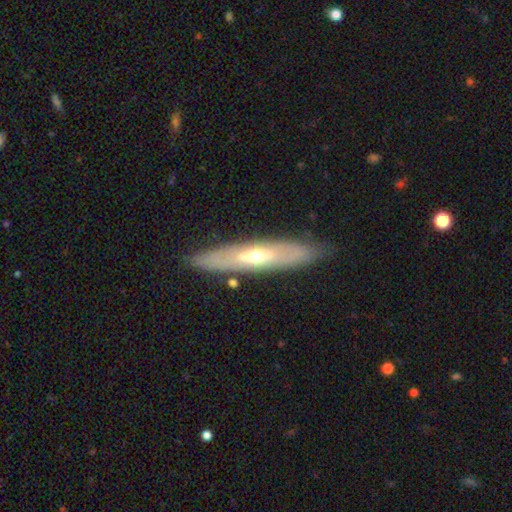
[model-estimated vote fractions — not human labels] featured or disk 65%, smooth 28%, star or artifact 6%. Down the decision tree: edge-on disk — yes (62%); merging — none (85%).